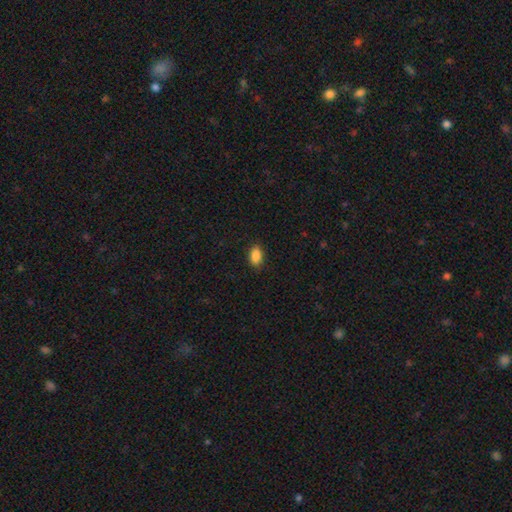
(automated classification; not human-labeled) Q: Smooth or featured?
A: smooth (89%); runner-up: star or artifact (8%)
Q: How rounded?
A: in between (92%); runner-up: round (6%)
Q: Merging?
A: none (88%); runner-up: minor disturbance (9%)